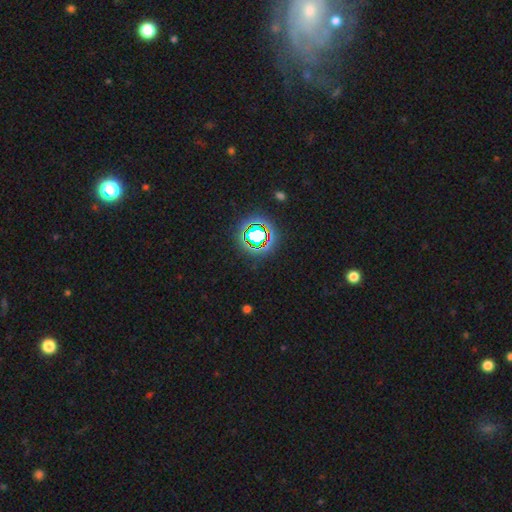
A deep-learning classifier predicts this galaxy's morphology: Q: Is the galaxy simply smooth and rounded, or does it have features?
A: star or artifact — 78%.